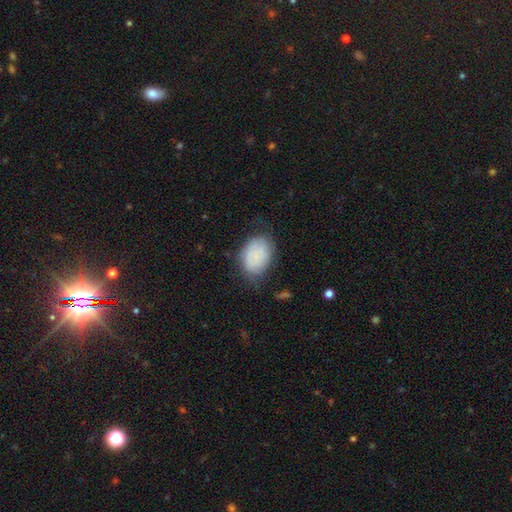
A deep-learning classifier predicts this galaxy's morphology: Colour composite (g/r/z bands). It shows a smooth galaxy with no disk features (70%) that is in between round and cigar-shaped (78%). Merging: none (59%).